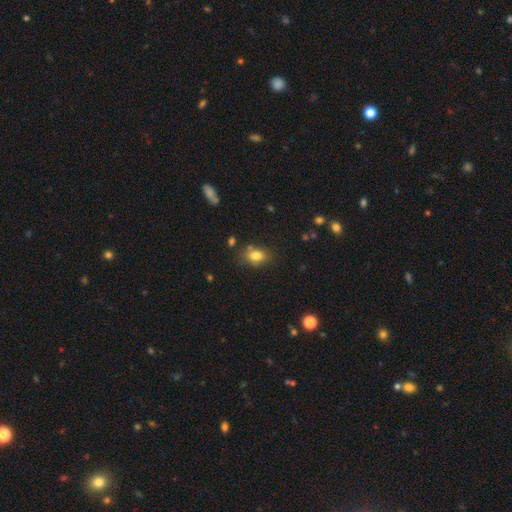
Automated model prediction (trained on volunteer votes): Smooth or featured: smooth — 81% (star or artifact — 10%)
How rounded: in between — 76% (round — 22%)
Merging: none — 73% (minor disturbance — 18%)